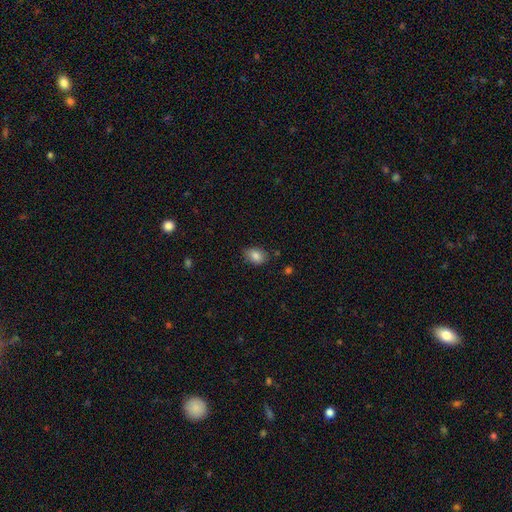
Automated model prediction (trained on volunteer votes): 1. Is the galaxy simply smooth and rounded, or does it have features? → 85% smooth, 8% star or artifact, 7% featured or disk.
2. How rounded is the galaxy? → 78% in between, 20% round, 1% cigar-shaped.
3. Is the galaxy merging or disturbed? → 81% none, 15% minor disturbance, 3% major disturbance, 2% merger.